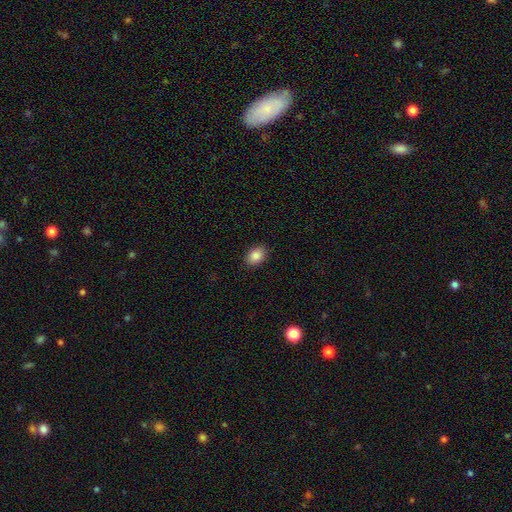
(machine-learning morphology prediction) This is clearly a smooth galaxy (87%). How rounded: likely in between (77%). Merging: clearly none (89%).